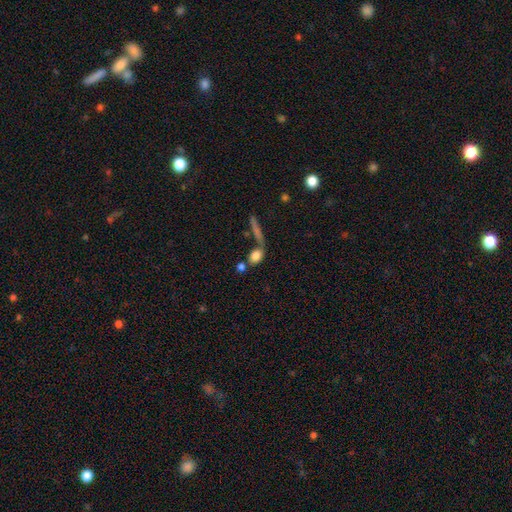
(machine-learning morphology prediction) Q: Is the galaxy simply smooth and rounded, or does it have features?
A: smooth — 78%.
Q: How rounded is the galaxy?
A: in between — 64%.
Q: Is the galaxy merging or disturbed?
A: none — 45%.